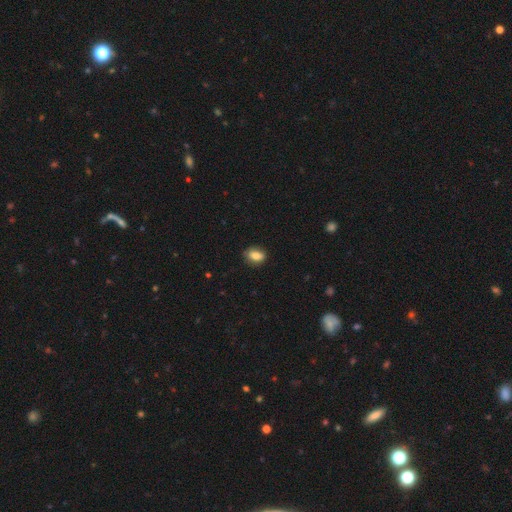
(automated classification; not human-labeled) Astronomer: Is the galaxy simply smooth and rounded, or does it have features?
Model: smooth — 82%.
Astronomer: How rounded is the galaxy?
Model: in between — 81%.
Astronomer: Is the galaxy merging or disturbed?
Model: none — 79%.